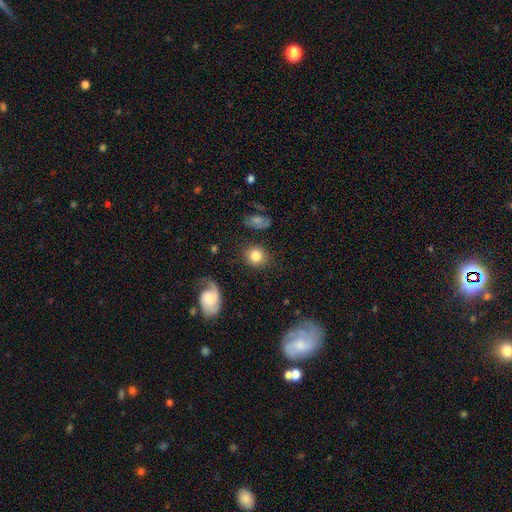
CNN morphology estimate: Smooth or featured? Predicted: smooth (p=0.79). How rounded? Predicted: round (p=0.80). Merging? Predicted: none (p=0.80).